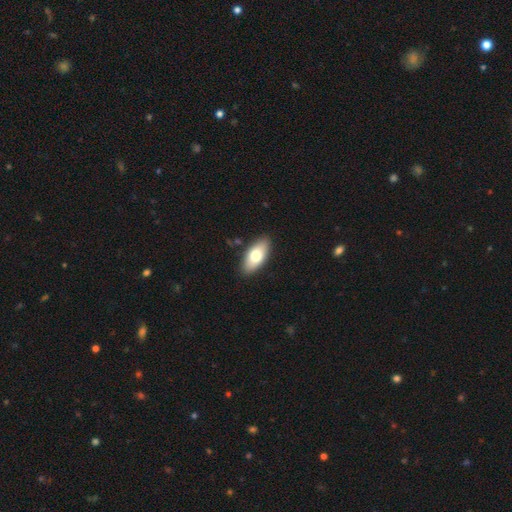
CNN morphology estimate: This appears to be a smooth galaxy with no disk features (73%) that is in between round and cigar-shaped (89%). Merging: none (88%).